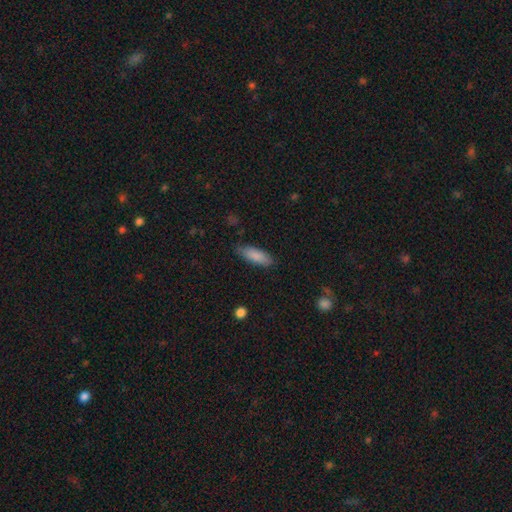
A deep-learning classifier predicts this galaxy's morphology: This is clearly a smooth galaxy (86%). How rounded: likely in between (63%). Merging: likely none (79%).